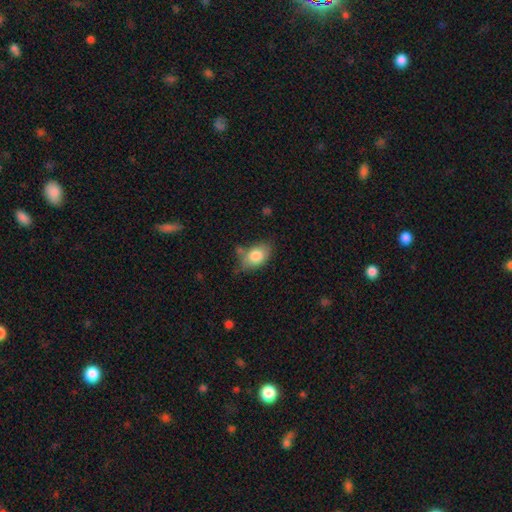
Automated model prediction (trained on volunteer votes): Overall: smooth (82%). How rounded: in between (86%). Merging: none (64%; minor disturbance 24%).